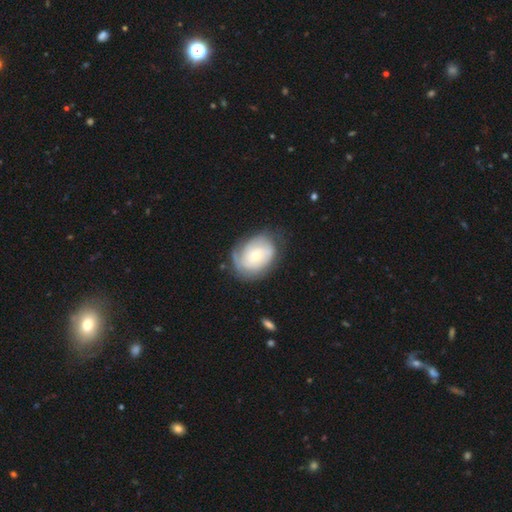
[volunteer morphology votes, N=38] Volunteers were most divided on "smooth or featured": featured or disk: 58%, smooth: 39%, star or artifact: 3%. More confident: edge-on disk — no (95%); bulge size — small (81%); merging — none (73%); spiral arms — yes (71%); bar — no (71%); spiral winding — tight (53%); spiral arm count — can't tell (53%).